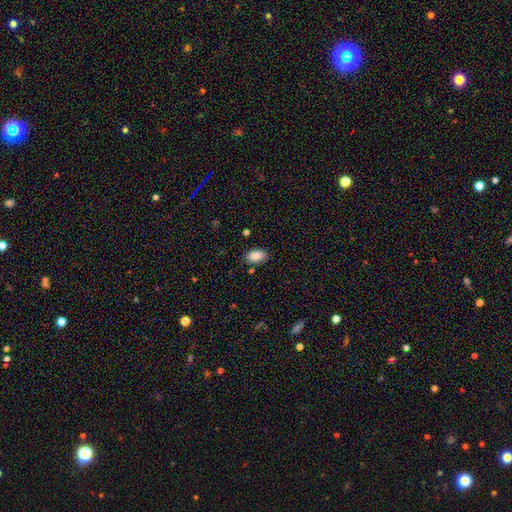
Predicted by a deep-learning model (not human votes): Smooth or featured? Predicted: smooth (p=0.88). How rounded? Predicted: in between (p=0.92). Merging? Predicted: none (p=0.84).